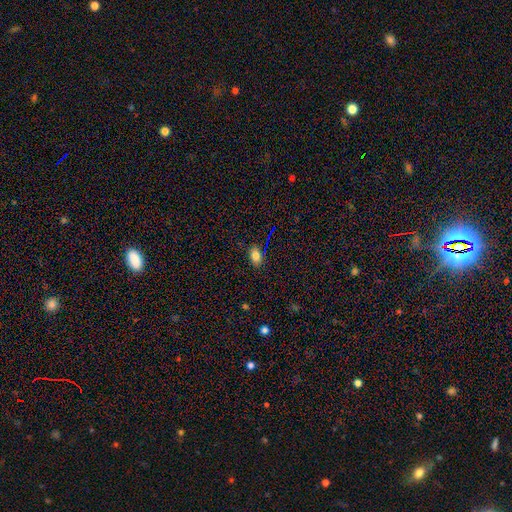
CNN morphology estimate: smooth 80%, star or artifact 12%, featured or disk 8%. Down the decision tree: how rounded — in between (83%); merging — none (85%).